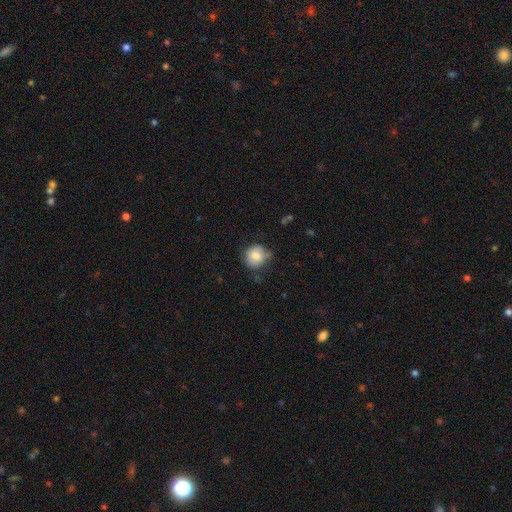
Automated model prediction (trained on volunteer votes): A smooth galaxy with no disk features (79%) that is round (87%). Merging: none (65%).